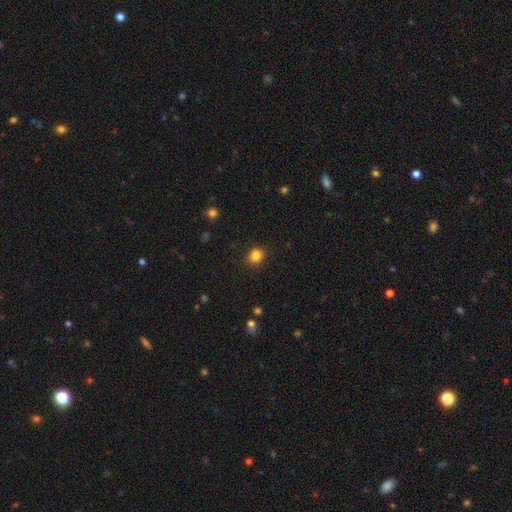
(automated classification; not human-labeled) A smooth galaxy with no disk features (85%) that is round (64%).

Vote fractions:
- Smooth or featured? smooth: 85% / star or artifact: 11% / featured or disk: 4%
- How rounded? round: 64% / in between: 35% / cigar-shaped: 1%
- Merging? none: 88% / minor disturbance: 9% / major disturbance: 3% / merger: 1%